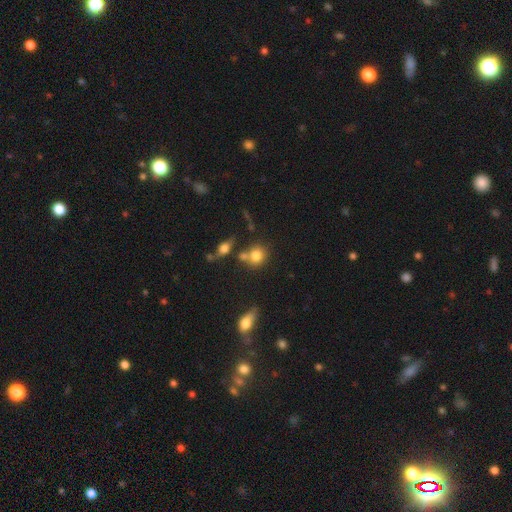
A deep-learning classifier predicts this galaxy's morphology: Smooth or featured? smooth (78%)
How rounded? round (74%)
Merging? none (56%)